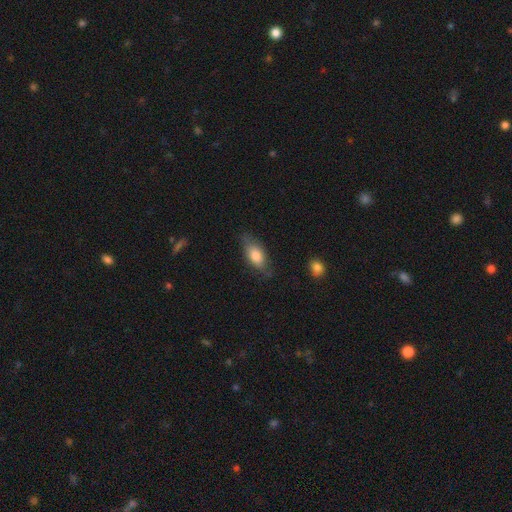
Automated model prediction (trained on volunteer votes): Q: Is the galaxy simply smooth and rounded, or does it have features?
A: smooth — 77%.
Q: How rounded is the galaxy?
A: in between — 85%.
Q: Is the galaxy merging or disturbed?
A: none — 69%.